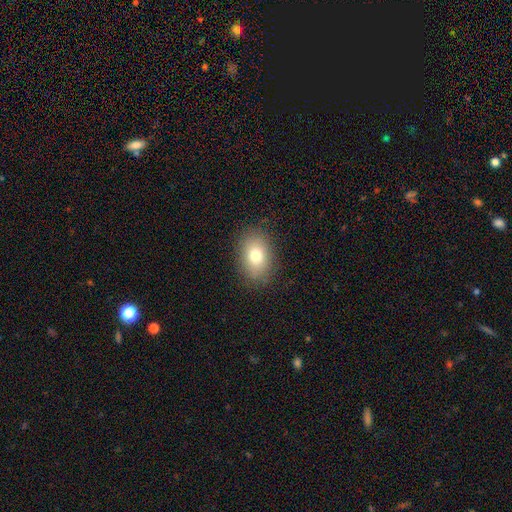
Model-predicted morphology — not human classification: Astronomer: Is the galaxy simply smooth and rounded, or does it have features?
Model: smooth — 77%.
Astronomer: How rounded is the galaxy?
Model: in between — 76%.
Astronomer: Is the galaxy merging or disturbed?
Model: none — 86%.